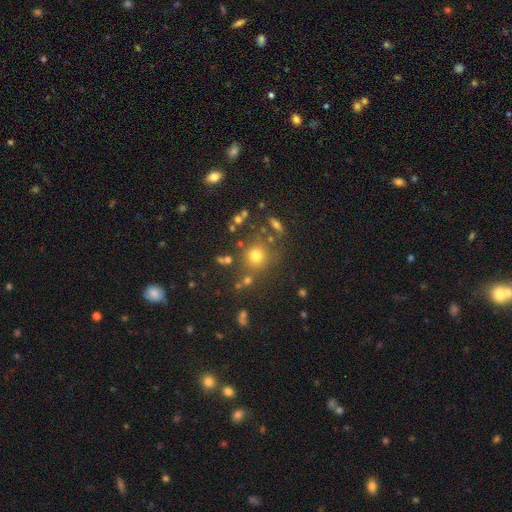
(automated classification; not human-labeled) A smooth galaxy with no disk features (73%) that is round (88%).

Vote fractions:
- Smooth or featured? smooth: 73% / star or artifact: 18% / featured or disk: 9%
- How rounded? round: 88% / in between: 11% / cigar-shaped: 1%
- Merging? none: 74% / minor disturbance: 11% / merger: 9% / major disturbance: 5%